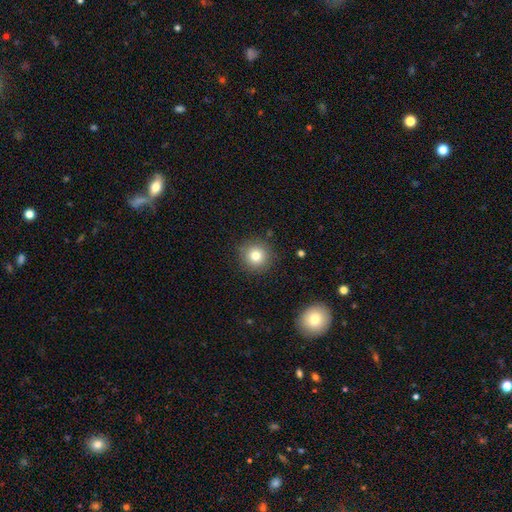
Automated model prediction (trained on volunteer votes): Overall: smooth (79%). How rounded: round (94%). Merging: none (88%).